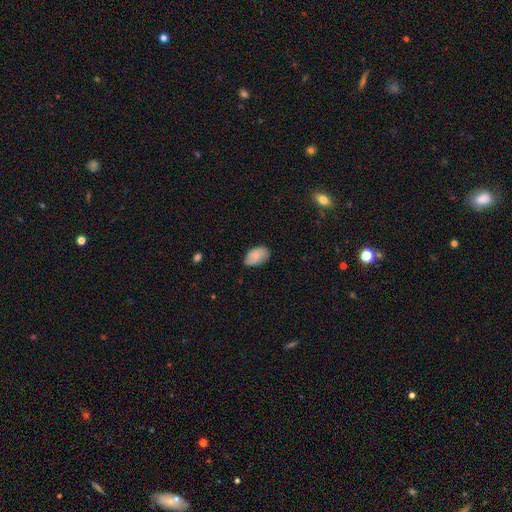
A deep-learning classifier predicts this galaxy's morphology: The model was most divided on "merging": none: 74%, minor disturbance: 22%, major disturbance: 4%, merger: 1%. More confident: how rounded — in between (92%); smooth or featured — smooth (78%).